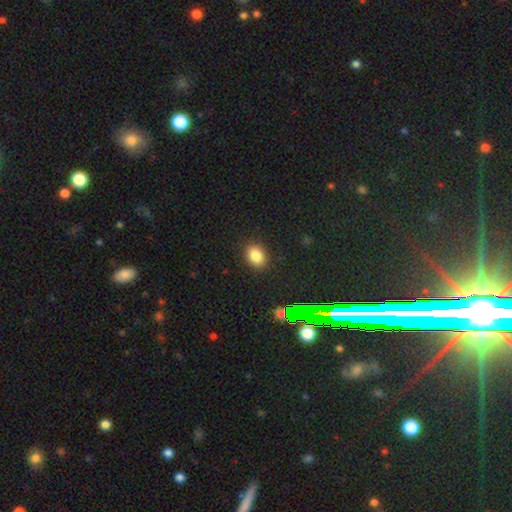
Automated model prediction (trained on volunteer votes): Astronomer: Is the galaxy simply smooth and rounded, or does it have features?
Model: smooth — 84%.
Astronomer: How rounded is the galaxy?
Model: in between — 67%.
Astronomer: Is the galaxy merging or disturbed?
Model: none — 88%.